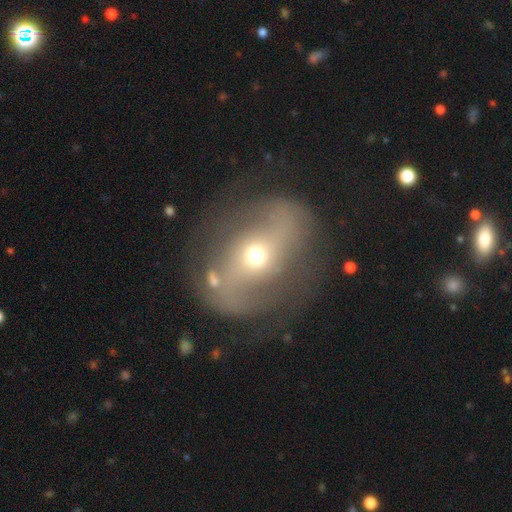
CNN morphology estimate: This is likely a featured or disk galaxy (77%). It is clearly not viewed edge-on (96%). Bar: marginally no (40%). Spiral arm pattern: clearly yes (81%). Spiral arm count: clearly 2 (89%). Spiral winding: possibly loose (54%). Central bulge: possibly moderate (47%, tied with small). Merging: likely none (63%).